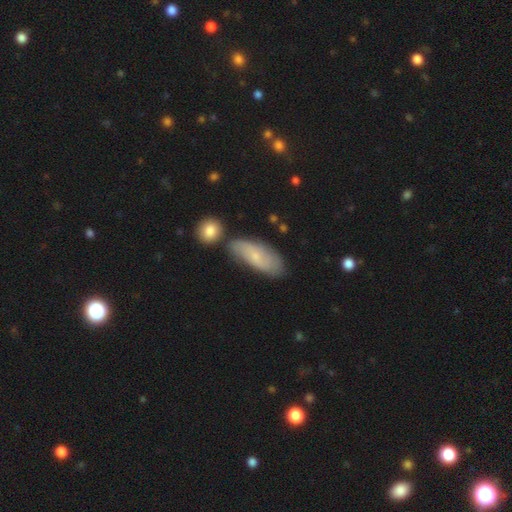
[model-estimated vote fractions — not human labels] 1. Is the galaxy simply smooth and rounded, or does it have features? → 57% smooth, 36% featured or disk, 7% star or artifact.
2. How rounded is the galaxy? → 79% in between, 18% cigar-shaped, 3% round.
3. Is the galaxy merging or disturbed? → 62% none, 22% minor disturbance, 11% merger, 5% major disturbance.